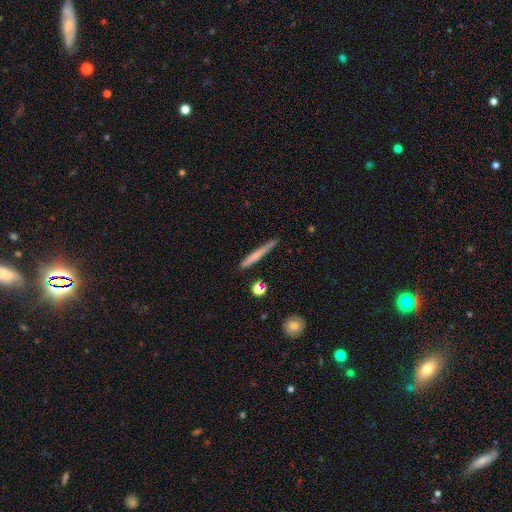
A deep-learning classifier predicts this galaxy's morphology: A smooth galaxy with no disk features (59%) that is cigar-shaped (96%). Merging: none (84%).